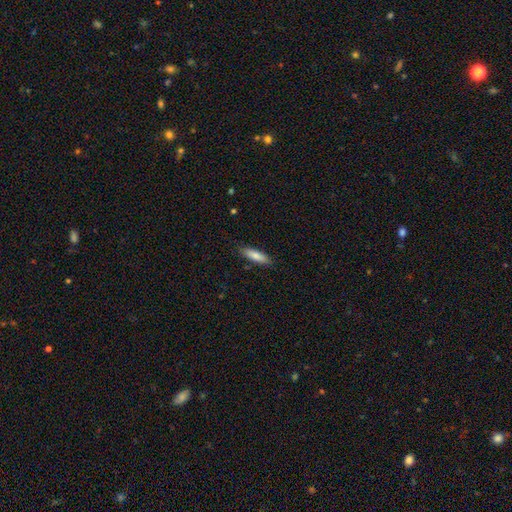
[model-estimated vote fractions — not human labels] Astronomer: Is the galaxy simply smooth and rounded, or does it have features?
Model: smooth — 80%.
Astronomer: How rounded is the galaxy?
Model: cigar-shaped — 59% (runner-up: in between, 40%).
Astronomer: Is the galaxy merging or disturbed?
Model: none — 86%.